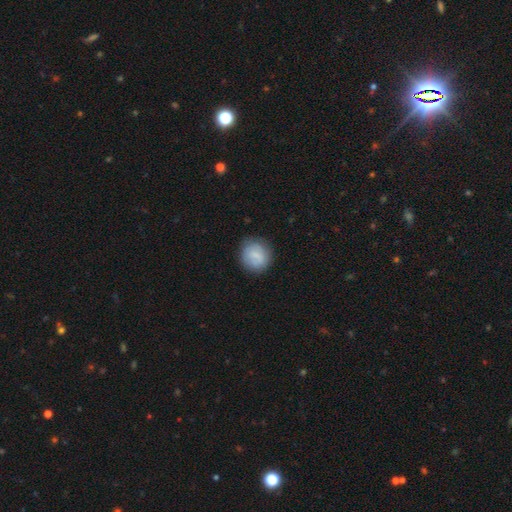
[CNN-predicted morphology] smooth 76%, featured or disk 17%, star or artifact 7%. Down the decision tree: how rounded — round (82%); merging — none (80%).